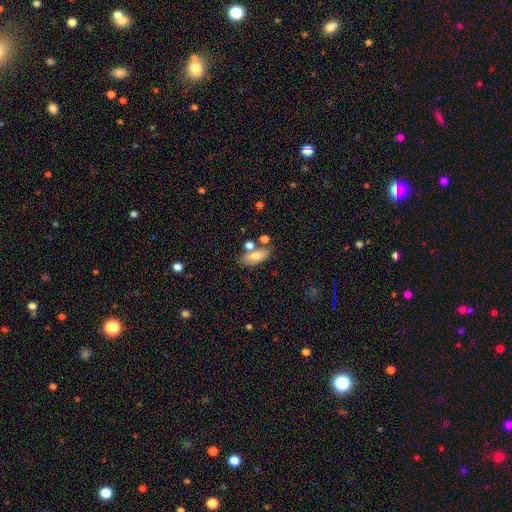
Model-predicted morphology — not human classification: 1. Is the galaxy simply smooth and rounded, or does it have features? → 76% smooth, 16% featured or disk, 8% star or artifact.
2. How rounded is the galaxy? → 84% in between, 12% cigar-shaped, 4% round.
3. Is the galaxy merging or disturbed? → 63% none, 17% merger, 15% minor disturbance, 5% major disturbance.